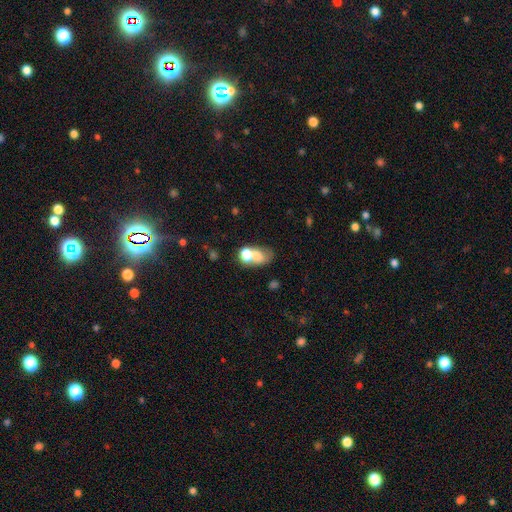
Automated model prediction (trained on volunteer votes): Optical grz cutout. It shows a smooth galaxy with no disk features (66%) that is in between round and cigar-shaped (67%). Merging: merger (55%).